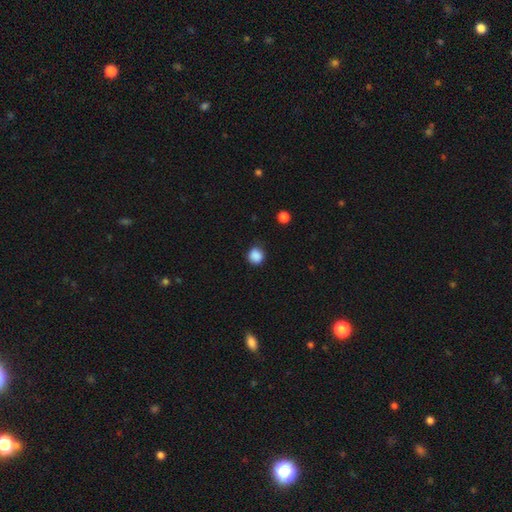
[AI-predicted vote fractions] Overall: smooth (87%). How rounded: round (91%). Merging: none (84%).